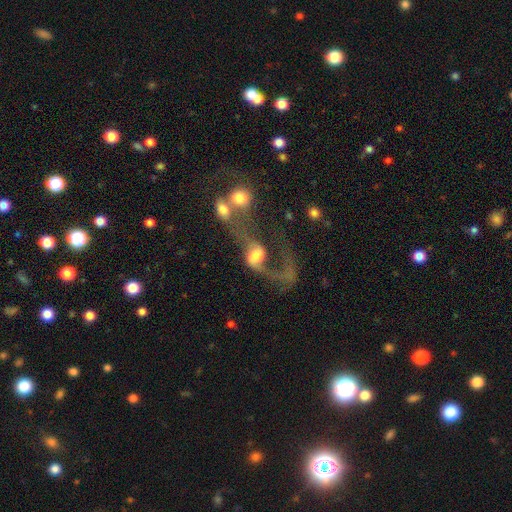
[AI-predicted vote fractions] This appears to be a featured or disk galaxy (62%) with no bar (48%), spiral arms (80%) and a moderate central bulge (38%). Merging: merger (55%).